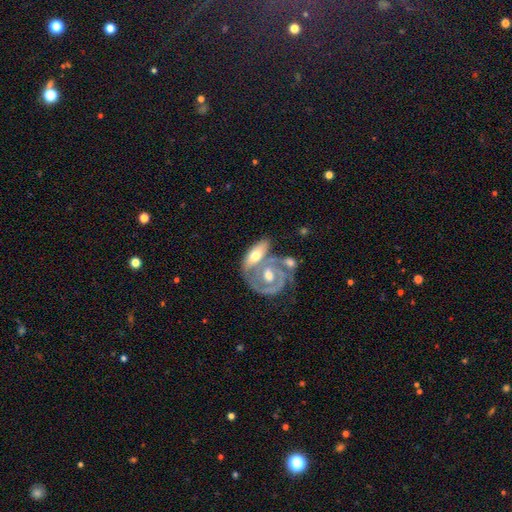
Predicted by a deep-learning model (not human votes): featured or disk 60%, smooth 35%, star or artifact 5%. Down the decision tree: edge-on disk — no (86%); bar — no (69%); spiral arms — yes (64%); bulge size — moderate (70%); merging — merger (52%).